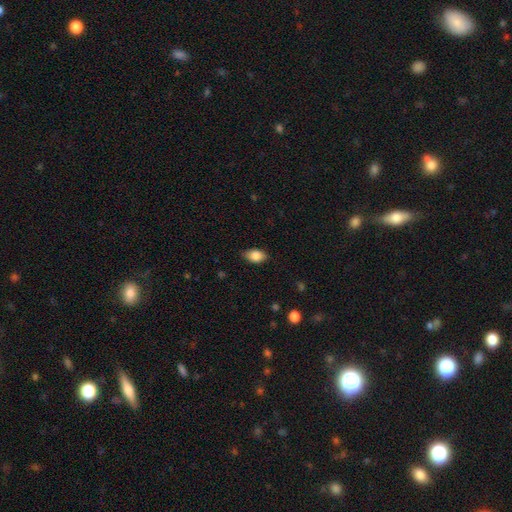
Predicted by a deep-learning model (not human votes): smooth_or_featured: smooth (p=0.84) [alt: featured or disk p=0.08]
how_rounded: in between (p=0.89) [alt: round p=0.09]
merging: none (p=0.82) [alt: minor disturbance p=0.15]